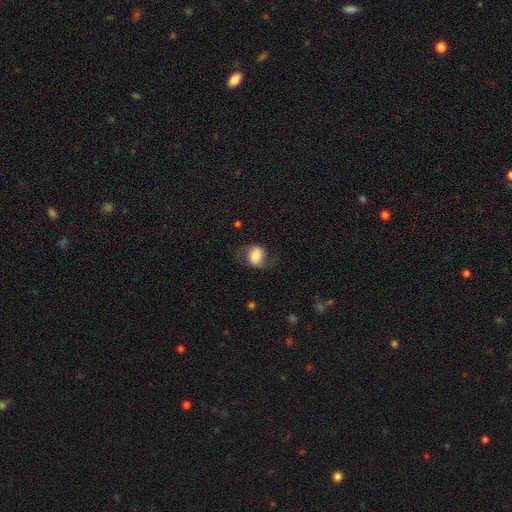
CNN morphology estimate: Smooth or featured? Predicted: smooth (p=0.52). How rounded? Predicted: round (p=0.52). Merging? Predicted: none (p=0.65).